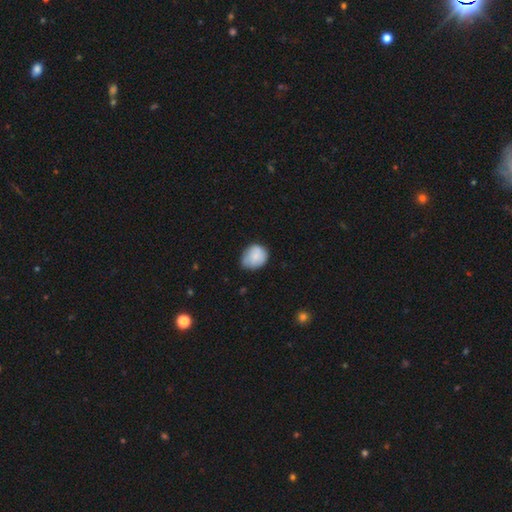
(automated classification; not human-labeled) This is likely a smooth galaxy (79%). How rounded: likely round (63%). Merging: likely none (61%).